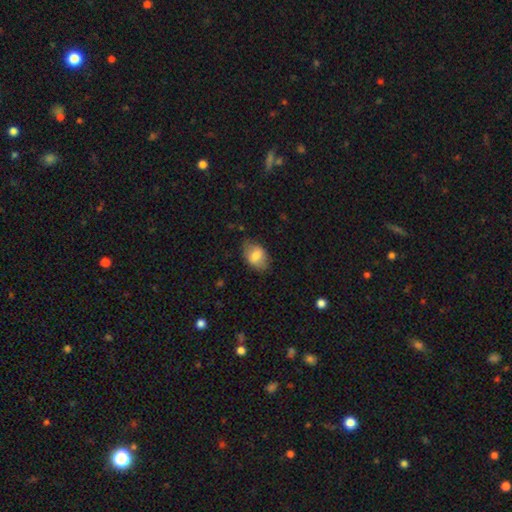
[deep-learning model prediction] Smooth or featured: smooth — 76% (featured or disk — 17%)
How rounded: in between — 84% (round — 14%)
Merging: none — 74% (minor disturbance — 20%)